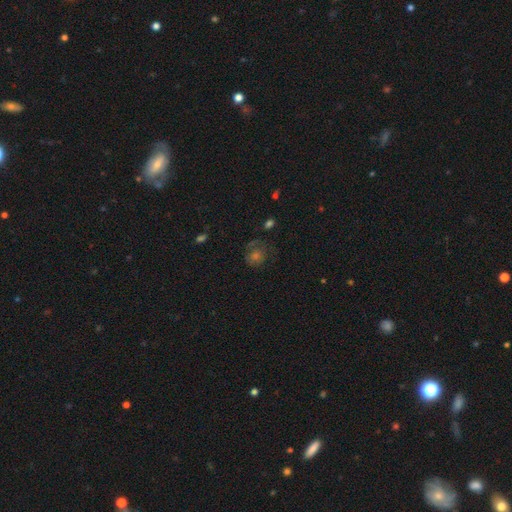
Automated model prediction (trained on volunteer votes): Smooth or featured? Predicted: smooth (p=0.39). Merging? Predicted: none (p=0.62).